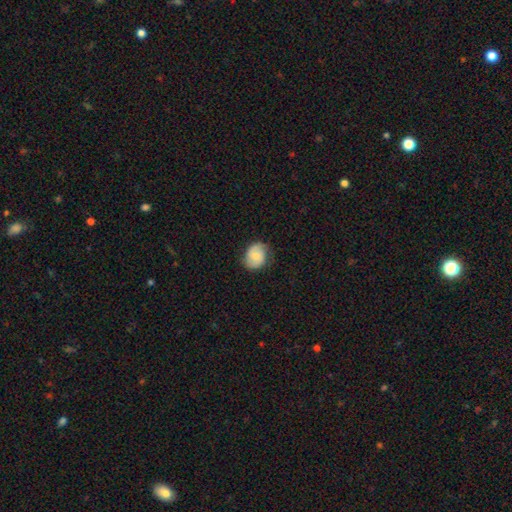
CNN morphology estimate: This is possibly a smooth galaxy (50%). How rounded: possibly round (54%). Merging: likely none (77%).